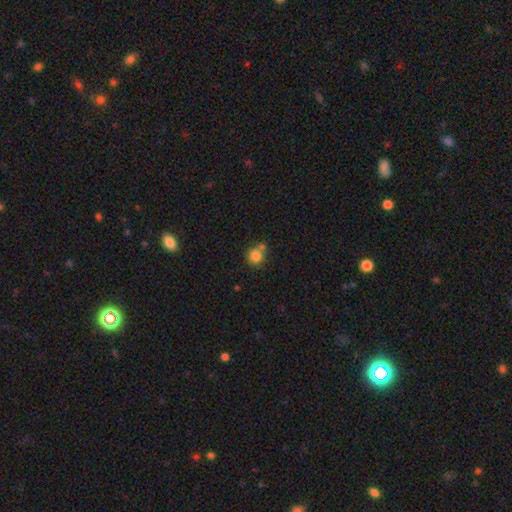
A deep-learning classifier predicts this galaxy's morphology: The model was most divided on "merging": none: 61%, merger: 25%, minor disturbance: 11%, major disturbance: 3%. More confident: how rounded — round (89%); smooth or featured — smooth (83%).